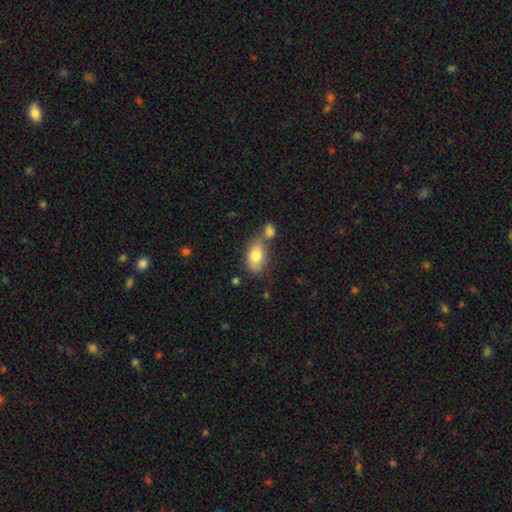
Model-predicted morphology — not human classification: smooth_or_featured: smooth (p=0.78) [alt: featured or disk p=0.15]
how_rounded: in between (p=0.90) [alt: round p=0.08]
merging: none (p=0.54) [alt: merger p=0.25]